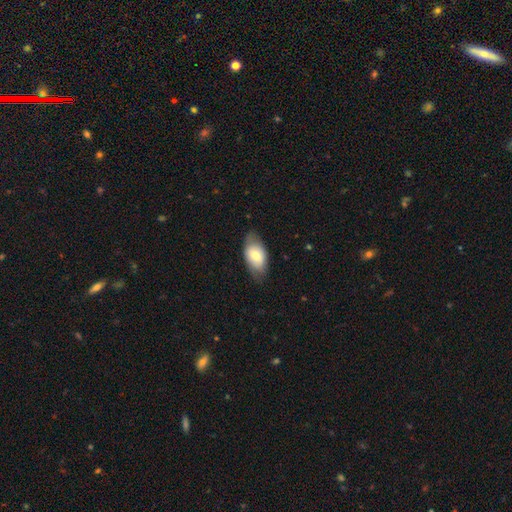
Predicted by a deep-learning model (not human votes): Smooth or featured?
  - smooth: 68% *
  - featured or disk: 26%
  - star or artifact: 6%
How rounded?
  - in between: 92% *
  - round: 5%
  - cigar-shaped: 3%
Merging?
  - none: 72% *
  - minor disturbance: 21%
  - major disturbance: 6%
  - merger: 1%